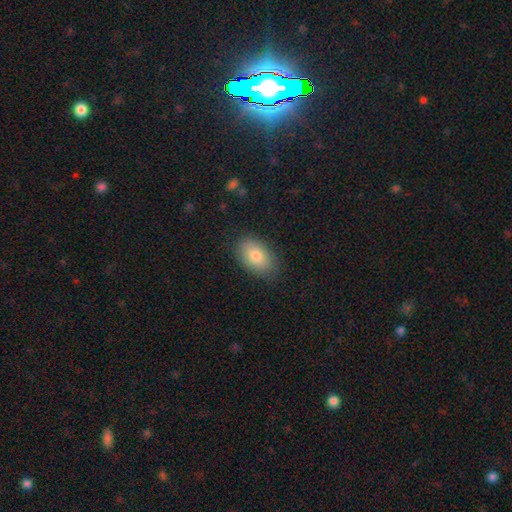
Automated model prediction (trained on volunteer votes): This appears to be a smooth galaxy with no disk features (81%) that is in between round and cigar-shaped (90%). Merging: none (84%).